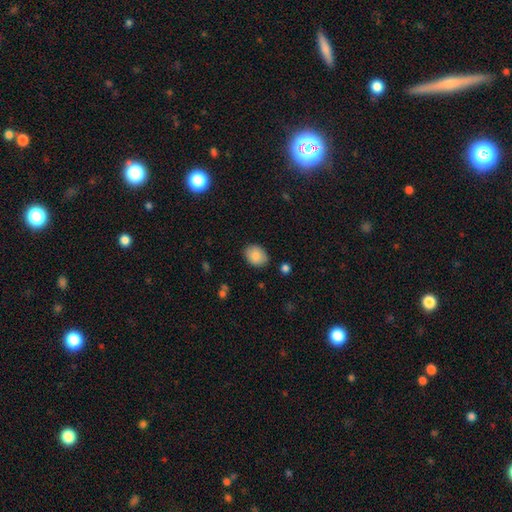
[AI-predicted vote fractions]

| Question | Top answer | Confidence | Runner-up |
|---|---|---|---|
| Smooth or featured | smooth | 86% | star or artifact (7%) |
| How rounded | in between | 68% | round (31%) |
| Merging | none | 86% | minor disturbance (10%) |